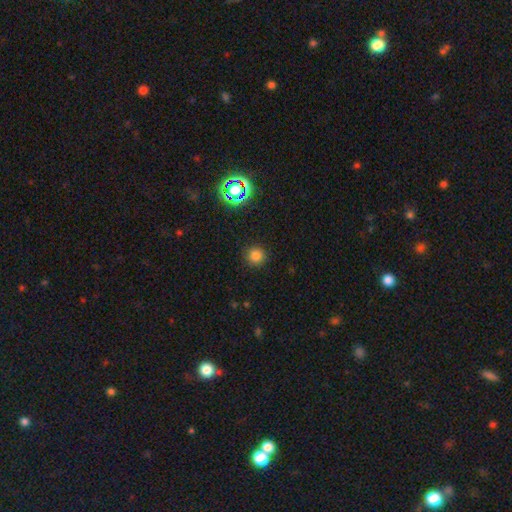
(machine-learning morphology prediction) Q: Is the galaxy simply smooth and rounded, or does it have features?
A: smooth — 78%.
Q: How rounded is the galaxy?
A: round — 94%.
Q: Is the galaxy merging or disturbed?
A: none — 91%.